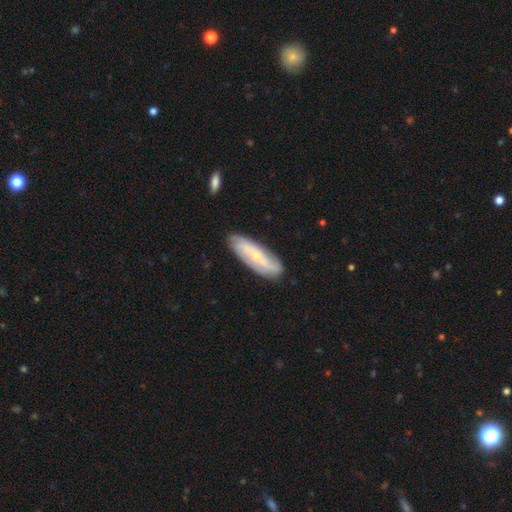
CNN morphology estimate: This is possibly a featured or disk galaxy (56%). It is likely not viewed edge-on (76%). Merging: clearly none (83%).